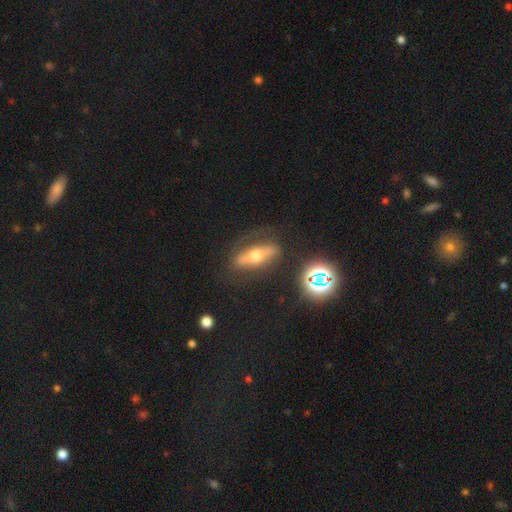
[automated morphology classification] This appears to be a featured or disk galaxy (62%) viewed edge-on (52%). Merging: none (71%).